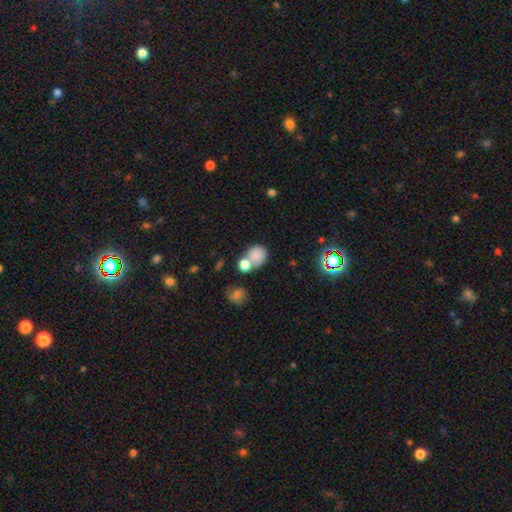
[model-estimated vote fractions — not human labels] smooth 78%, star or artifact 12%, featured or disk 10%. Down the decision tree: how rounded — round (67%); merging — none (42%).